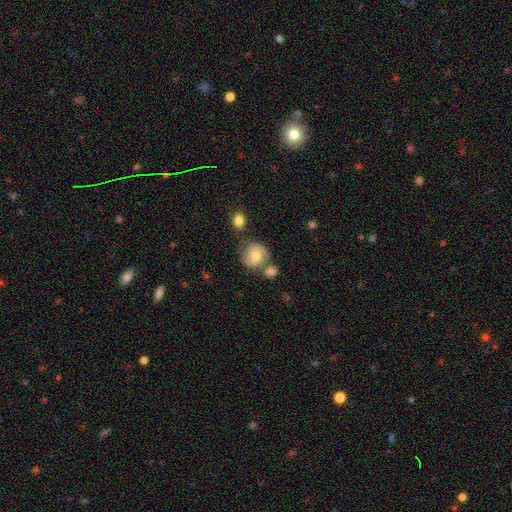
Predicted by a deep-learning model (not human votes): This is possibly a featured or disk galaxy (46%). Merging: possibly none (58%).